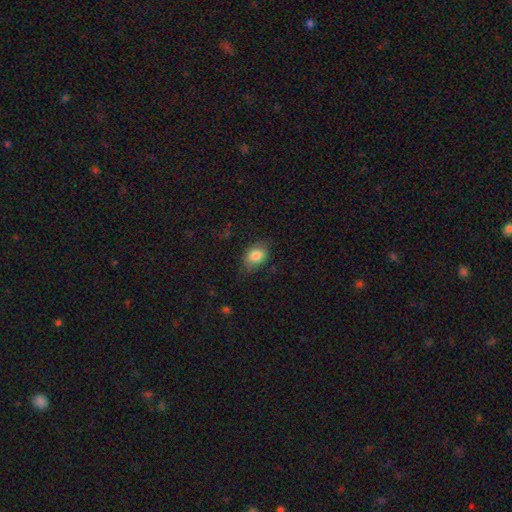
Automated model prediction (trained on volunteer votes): Overall: smooth (82%). How rounded: in between (79%). Merging: none (69%).